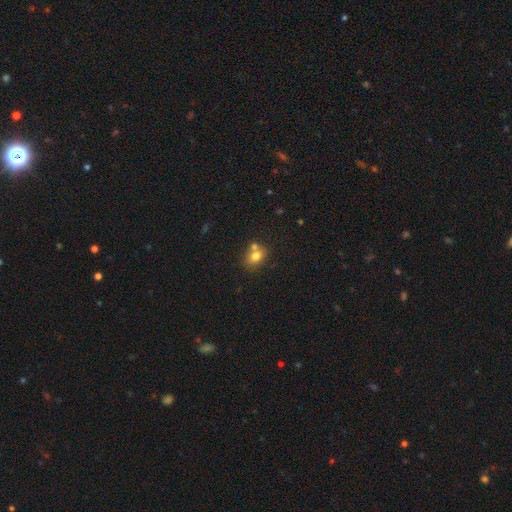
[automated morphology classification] Smooth or featured? smooth (77%)
How rounded? in between (60%)
Merging? none (50%)